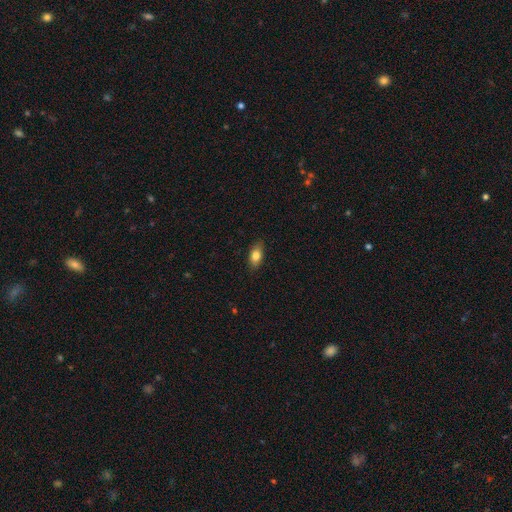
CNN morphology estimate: smooth 81%, featured or disk 12%, star or artifact 7%. Down the decision tree: how rounded — in between (86%); merging — none (85%).